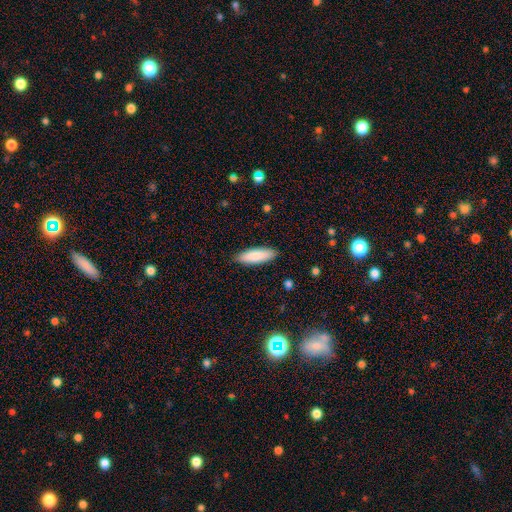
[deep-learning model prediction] smooth_or_featured: smooth (p=0.87) [alt: featured or disk p=0.07]
how_rounded: in between (p=0.53) [alt: cigar-shaped p=0.46]
merging: none (p=0.88) [alt: minor disturbance p=0.09]